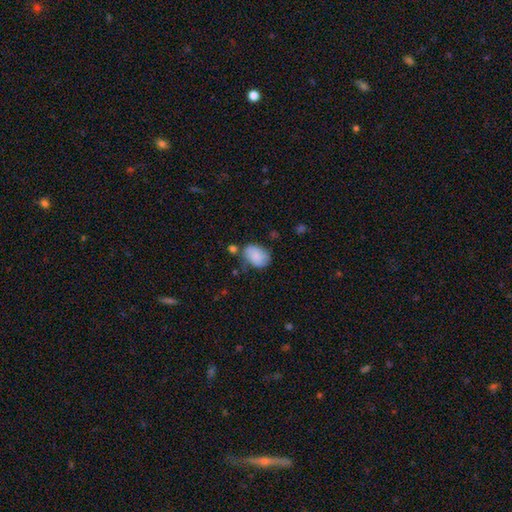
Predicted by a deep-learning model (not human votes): Q: Smooth or featured?
A: smooth (80%); runner-up: featured or disk (13%)
Q: How rounded?
A: in between (83%); runner-up: round (16%)
Q: Merging?
A: none (54%); runner-up: minor disturbance (29%)